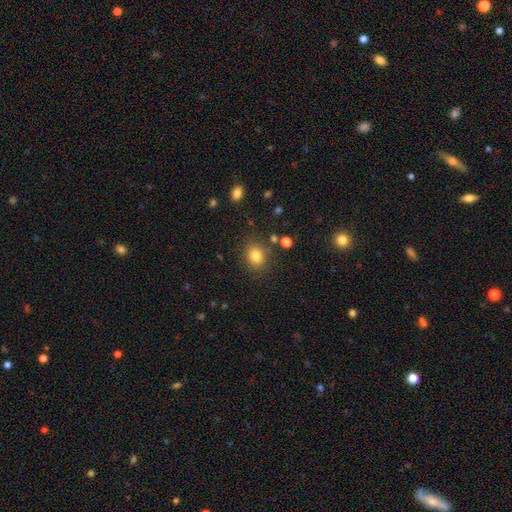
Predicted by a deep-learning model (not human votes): A smooth galaxy with no disk features (81%) that is round (64%).

Vote fractions:
- Smooth or featured? smooth: 81% / star or artifact: 12% / featured or disk: 7%
- How rounded? round: 64% / in between: 35% / cigar-shaped: 1%
- Merging? none: 81% / minor disturbance: 11% / major disturbance: 4% / merger: 4%